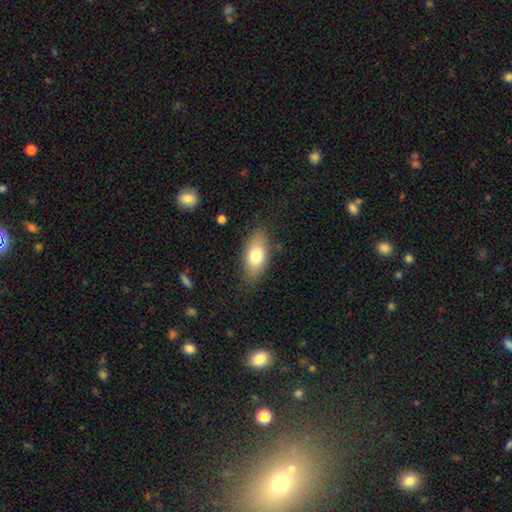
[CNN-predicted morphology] Smooth or featured? smooth (75%)
How rounded? in between (87%)
Merging? none (82%)